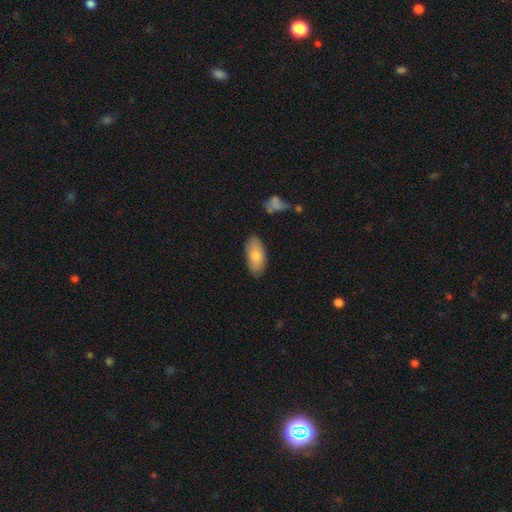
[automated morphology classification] This appears to be a smooth galaxy with no disk features (81%) that is in between round and cigar-shaped (91%). Merging: none (83%).